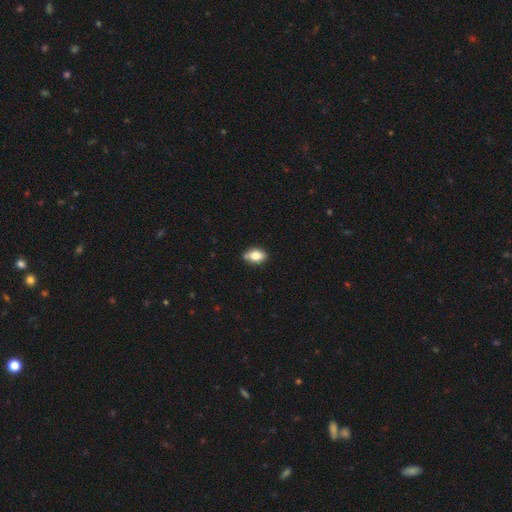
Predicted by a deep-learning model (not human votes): smooth_or_featured: smooth (p=0.76) [alt: featured or disk p=0.16]
how_rounded: in between (p=0.86) [alt: round p=0.10]
merging: none (p=0.80) [alt: minor disturbance p=0.16]